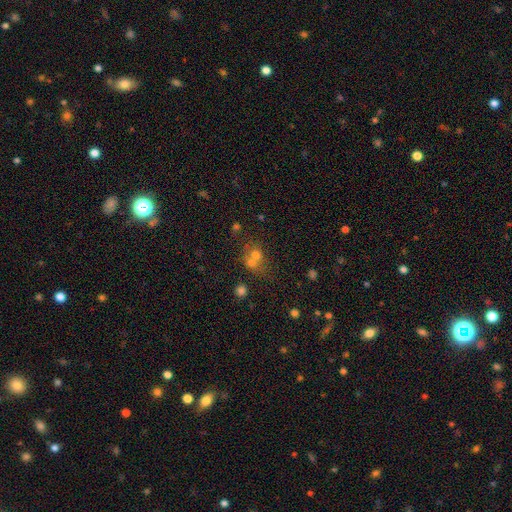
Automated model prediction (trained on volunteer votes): The model was most divided on "merging": merger: 57%, none: 31%, minor disturbance: 7%, major disturbance: 5%. More confident: how rounded — round (71%); smooth or featured — smooth (62%).